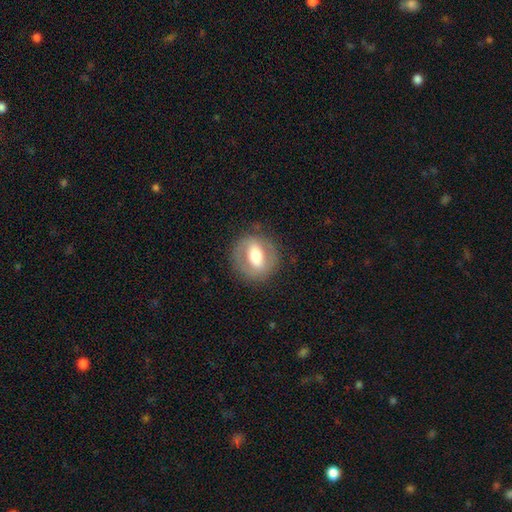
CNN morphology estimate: type=featured or disk (56%); edge-on=no (93%); bar=strong (47%); spiral arms=no (56%); bulge=moderate (55%); merging=none (80%).